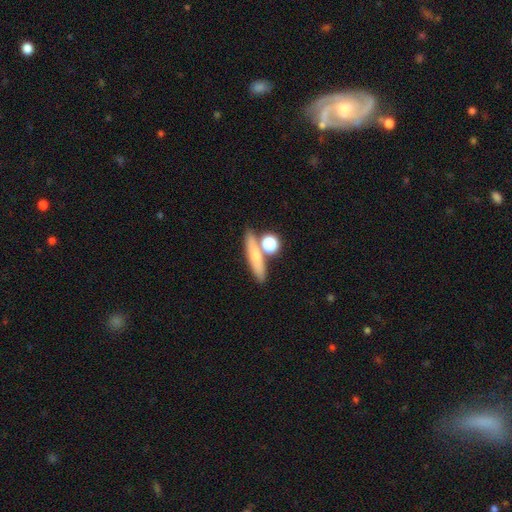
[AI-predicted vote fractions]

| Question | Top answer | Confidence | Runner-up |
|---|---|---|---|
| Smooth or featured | smooth | 66% | featured or disk (23%) |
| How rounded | cigar-shaped | 62% | in between (22%) |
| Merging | none | 66% | merger (18%) |